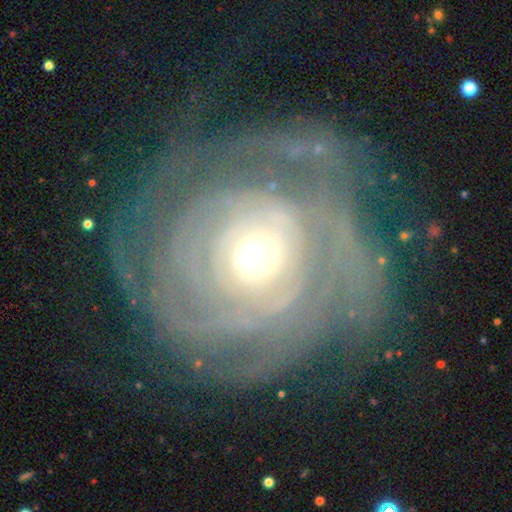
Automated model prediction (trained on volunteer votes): featured or disk 82%, smooth 11%, star or artifact 6%. Down the decision tree: edge-on disk — no (96%); bar — no (79%); spiral arms — yes (84%); spiral arm count — can't tell (45%); spiral winding — tight (76%); bulge size — moderate (60%); merging — none (56%).